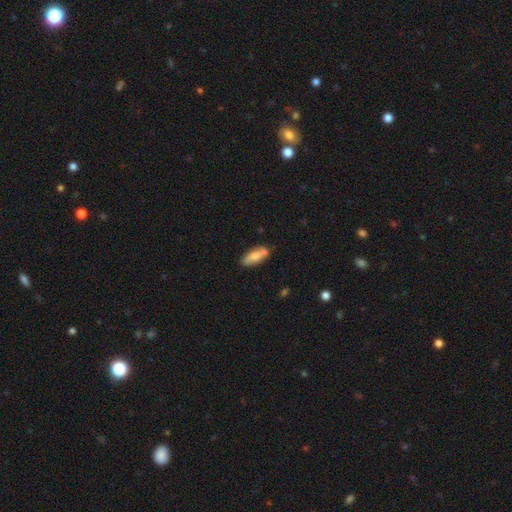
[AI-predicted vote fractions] smooth-or-featured: smooth: 69% | featured or disk: 25% | star or artifact: 7%
  how-rounded: in between: 71% | cigar-shaped: 26% | round: 2%
  merging: none: 64% | minor disturbance: 19% | merger: 13% | major disturbance: 4%